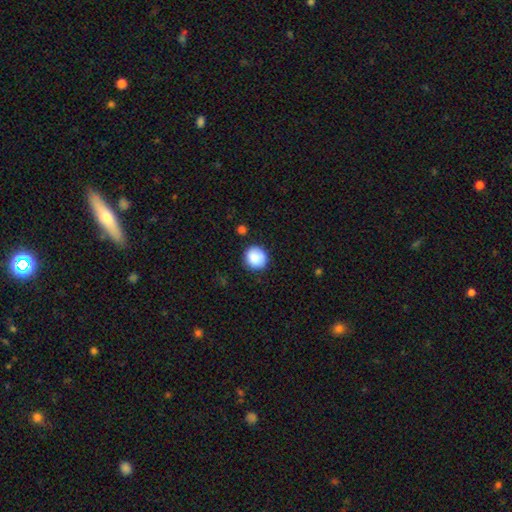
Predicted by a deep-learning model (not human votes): smooth-or-featured: smooth: 88% | star or artifact: 8% | featured or disk: 4%
  how-rounded: round: 89% | in between: 10% | cigar-shaped: 1%
  merging: none: 86% | minor disturbance: 10% | major disturbance: 3% | merger: 2%